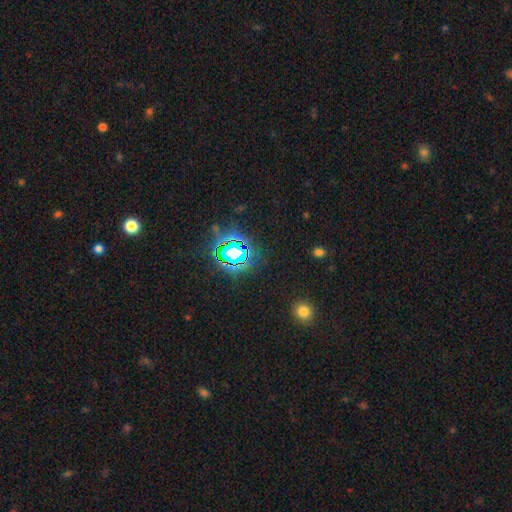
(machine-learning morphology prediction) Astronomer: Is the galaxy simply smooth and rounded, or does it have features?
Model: star or artifact — 79%.